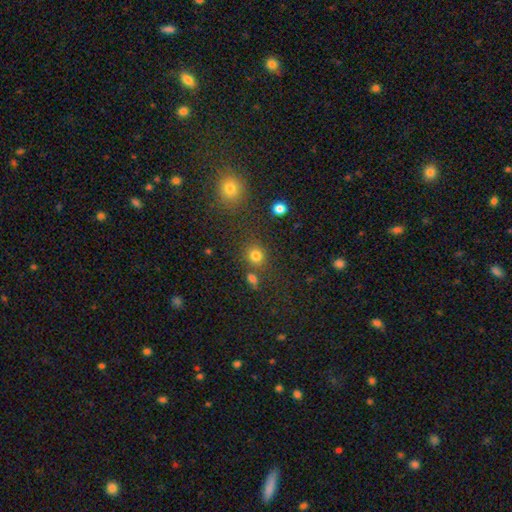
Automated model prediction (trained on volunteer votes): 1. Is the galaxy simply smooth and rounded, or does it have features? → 78% smooth, 16% star or artifact, 6% featured or disk.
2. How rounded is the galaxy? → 83% round, 16% in between, 1% cigar-shaped.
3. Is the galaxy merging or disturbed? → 74% none, 12% merger, 10% minor disturbance, 4% major disturbance.